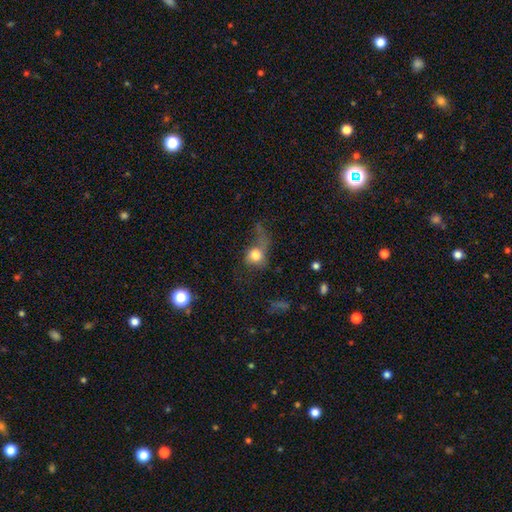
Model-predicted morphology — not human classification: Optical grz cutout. It shows a smooth galaxy with no disk features (69%) that is round (68%). Merging: major disturbance (48%).